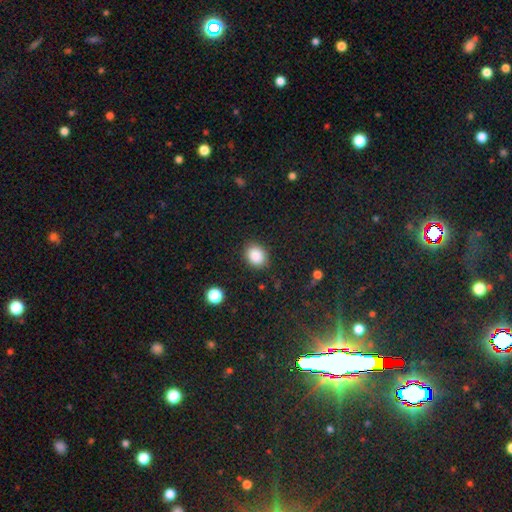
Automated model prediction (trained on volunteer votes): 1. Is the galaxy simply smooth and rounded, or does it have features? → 87% smooth, 9% star or artifact, 4% featured or disk.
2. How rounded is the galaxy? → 57% round, 42% in between, 1% cigar-shaped.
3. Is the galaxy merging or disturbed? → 86% none, 10% minor disturbance, 3% major disturbance, 1% merger.